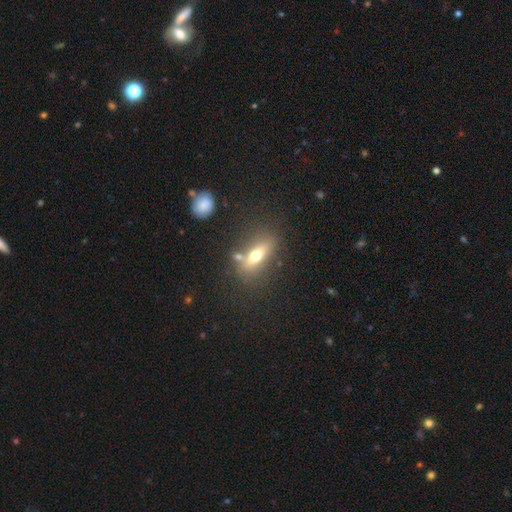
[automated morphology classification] smooth-or-featured: smooth: 57% | featured or disk: 33% | star or artifact: 10%
  how-rounded: in between: 60% | cigar-shaped: 32% | round: 8%
  merging: none: 69% | minor disturbance: 14% | merger: 11% | major disturbance: 6%